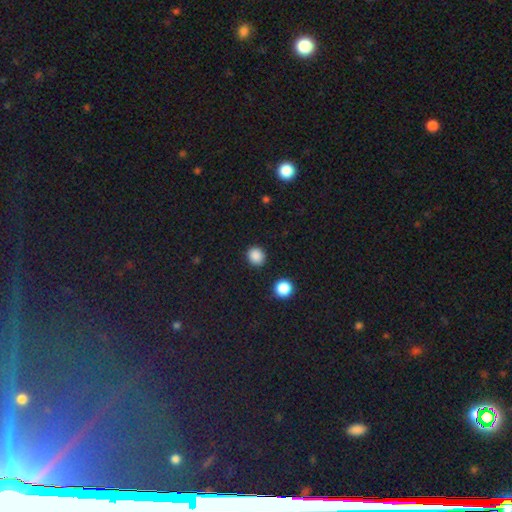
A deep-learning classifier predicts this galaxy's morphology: Smooth or featured? smooth (87%)
How rounded? round (83%)
Merging? none (89%)